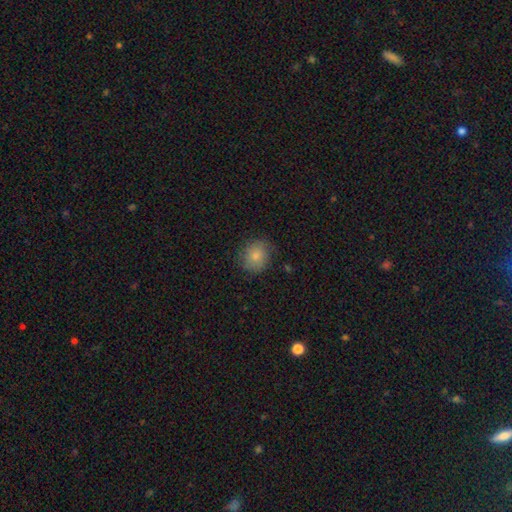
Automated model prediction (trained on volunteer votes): Q: Smooth or featured?
A: smooth (81%); runner-up: featured or disk (11%)
Q: How rounded?
A: round (81%); runner-up: in between (18%)
Q: Merging?
A: none (78%); runner-up: minor disturbance (17%)